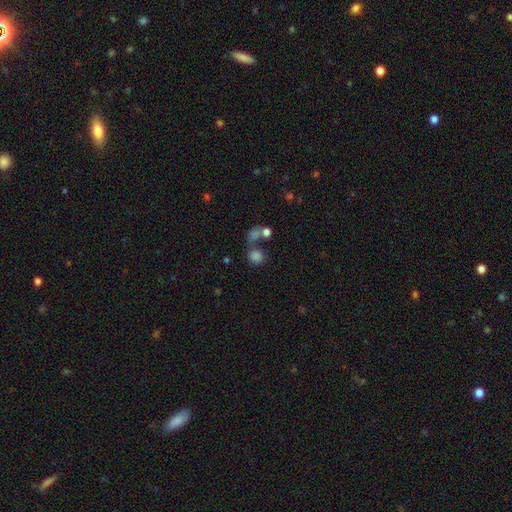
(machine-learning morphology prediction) type=smooth (74%); roundness=round (79%); merging=none (47%).